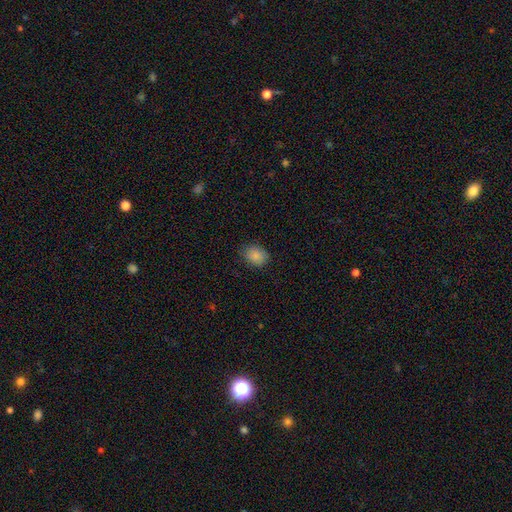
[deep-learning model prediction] smooth_or_featured: smooth (p=0.87) [alt: star or artifact p=0.09]
how_rounded: in between (p=0.52) [alt: round p=0.47]
merging: none (p=0.81) [alt: minor disturbance p=0.15]